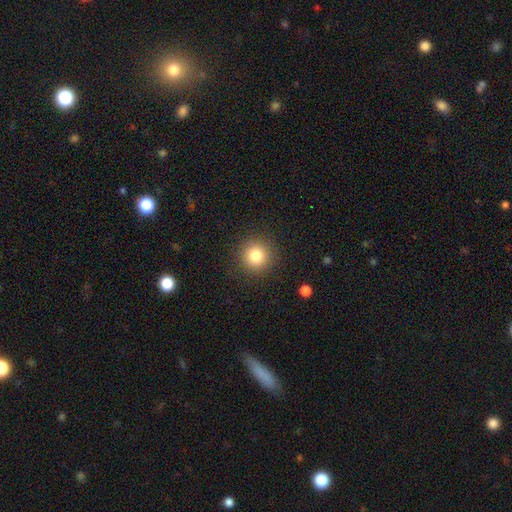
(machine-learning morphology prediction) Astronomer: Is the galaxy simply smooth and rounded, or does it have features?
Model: smooth — 82%.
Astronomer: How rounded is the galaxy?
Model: round — 94%.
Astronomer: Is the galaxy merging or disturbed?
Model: none — 90%.